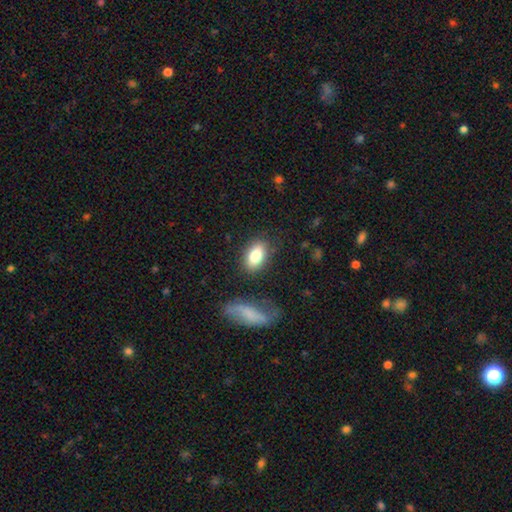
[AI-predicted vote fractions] smooth 81%, featured or disk 12%, star or artifact 7%. Down the decision tree: how rounded — in between (88%); merging — none (81%).